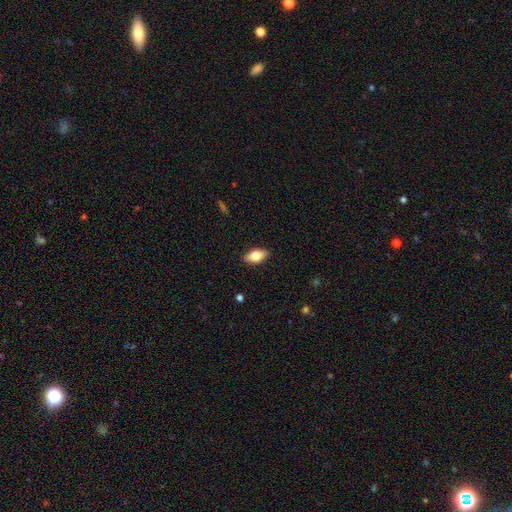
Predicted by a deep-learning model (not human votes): The model was most divided on "smooth or featured": smooth: 77%, featured or disk: 16%, star or artifact: 7%. More confident: how rounded — in between (89%); merging — none (89%).